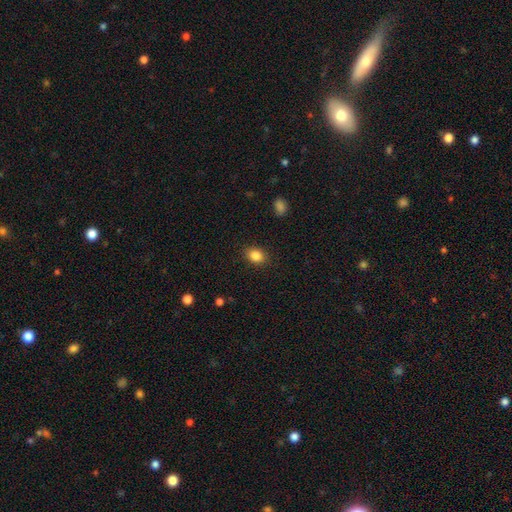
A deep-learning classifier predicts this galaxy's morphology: Smooth or featured: smooth — 85% (star or artifact — 10%)
How rounded: in between — 63% (round — 36%)
Merging: none — 88% (minor disturbance — 9%)